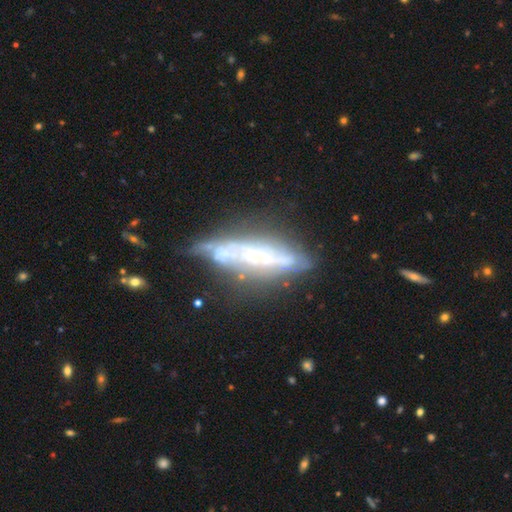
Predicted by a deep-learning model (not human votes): Morphology: type=featured or disk (70%); edge-on=yes (57%); merging=none (51%).